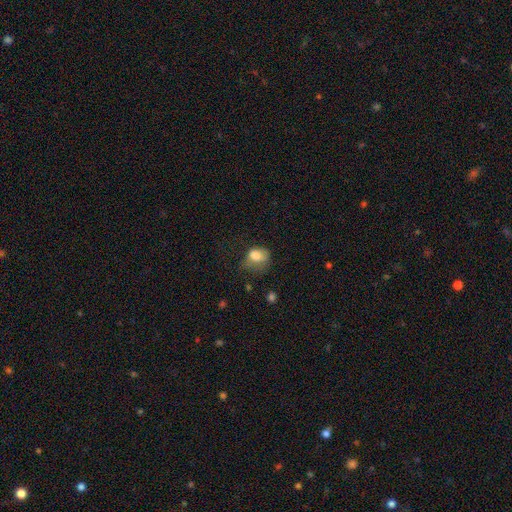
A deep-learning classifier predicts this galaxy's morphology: smooth-or-featured: smooth: 77% | featured or disk: 13% | star or artifact: 10%
  how-rounded: in between: 55% | round: 44% | cigar-shaped: 1%
  merging: major disturbance: 34% | minor disturbance: 33% | none: 30% | merger: 3%